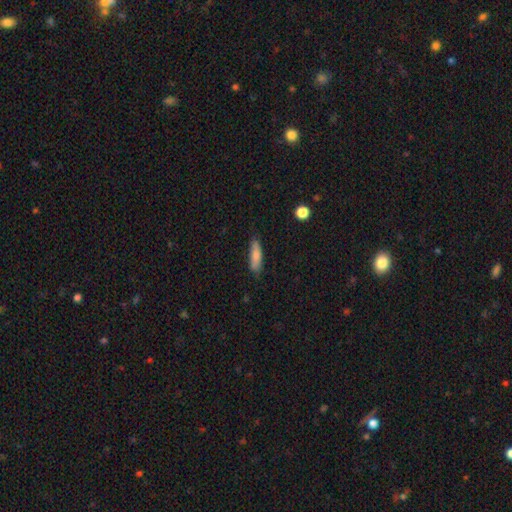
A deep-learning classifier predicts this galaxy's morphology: This appears to be a smooth galaxy with no disk features (81%) that is cigar-shaped (60%). Merging: none (81%).